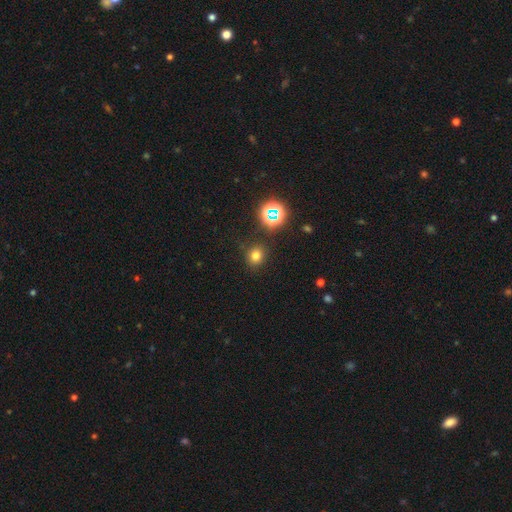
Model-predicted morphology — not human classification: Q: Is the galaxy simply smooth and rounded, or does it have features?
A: smooth — 72%.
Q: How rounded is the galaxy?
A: round — 74%.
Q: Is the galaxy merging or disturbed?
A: none — 87%.